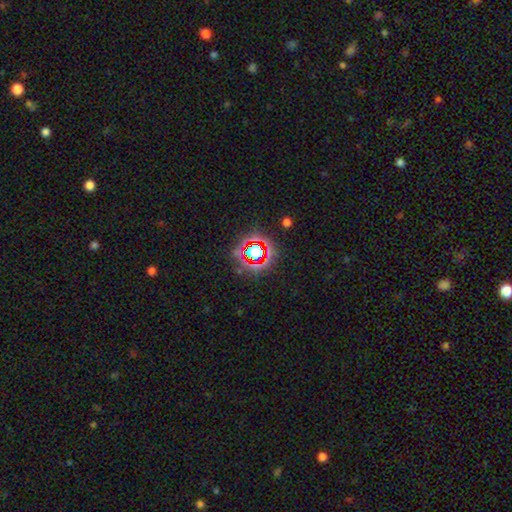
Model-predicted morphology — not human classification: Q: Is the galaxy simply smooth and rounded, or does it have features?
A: star or artifact — 67%.